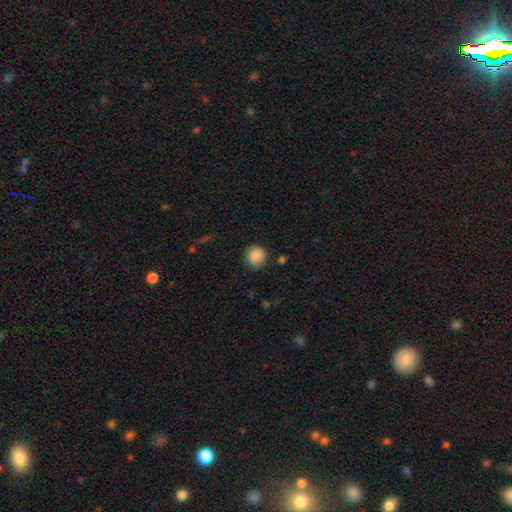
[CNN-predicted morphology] The model was most divided on "merging": none: 86%, minor disturbance: 10%, major disturbance: 3%, merger: 1%. More confident: how rounded — round (92%); smooth or featured — smooth (87%).